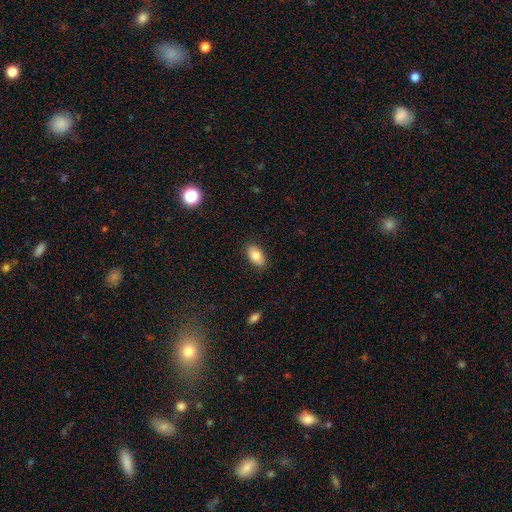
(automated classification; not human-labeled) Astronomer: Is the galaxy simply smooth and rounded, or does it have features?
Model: smooth — 82%.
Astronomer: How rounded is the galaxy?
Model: in between — 93%.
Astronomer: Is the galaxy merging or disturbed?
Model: none — 87%.